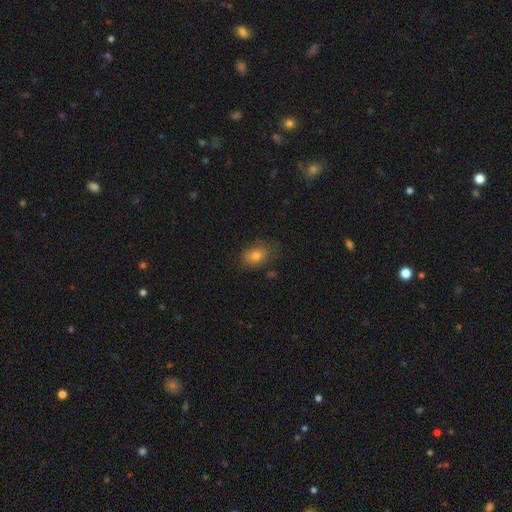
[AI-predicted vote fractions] A smooth galaxy with no disk features (77%) that is in between round and cigar-shaped (73%).

Vote fractions:
- Smooth or featured? smooth: 77% / featured or disk: 12% / star or artifact: 11%
- How rounded? in between: 73% / round: 26% / cigar-shaped: 1%
- Merging? none: 70% / minor disturbance: 21% / major disturbance: 6% / merger: 2%